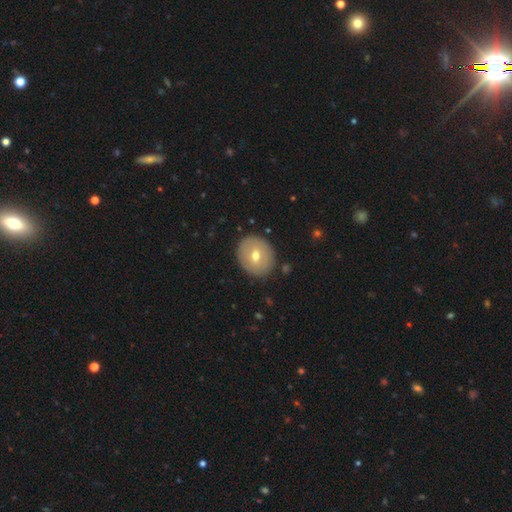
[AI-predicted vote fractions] The model was most divided on "smooth or featured": smooth: 59%, featured or disk: 34%, star or artifact: 7%. More confident: merging — none (87%); how rounded — round (72%).